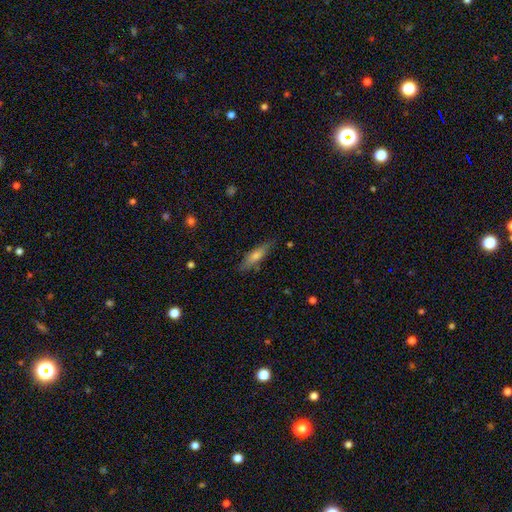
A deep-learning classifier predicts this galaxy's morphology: Smooth or featured? Predicted: smooth (p=0.58). How rounded? Predicted: cigar-shaped (p=0.73). Merging? Predicted: none (p=0.82).